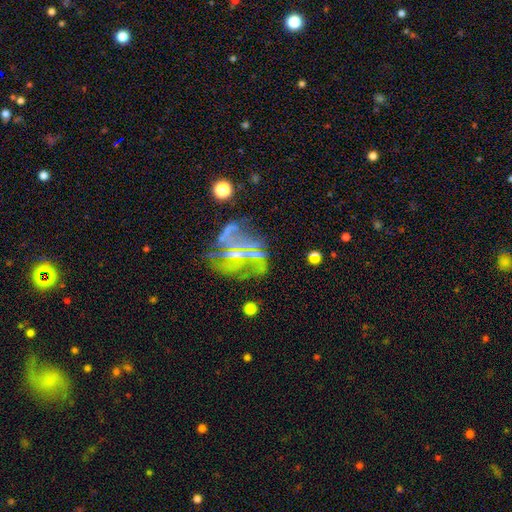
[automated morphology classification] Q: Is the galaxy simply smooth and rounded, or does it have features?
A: featured or disk — 43%.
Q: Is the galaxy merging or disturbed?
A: none — 52%.